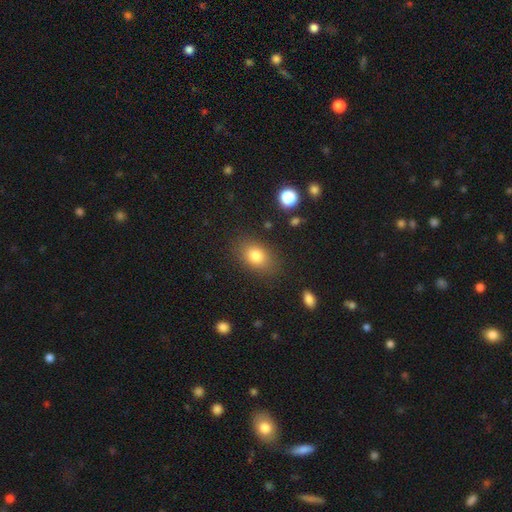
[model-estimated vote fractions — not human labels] Q: Smooth or featured?
A: smooth (81%); runner-up: star or artifact (10%)
Q: How rounded?
A: in between (74%); runner-up: round (25%)
Q: Merging?
A: none (82%); runner-up: minor disturbance (12%)